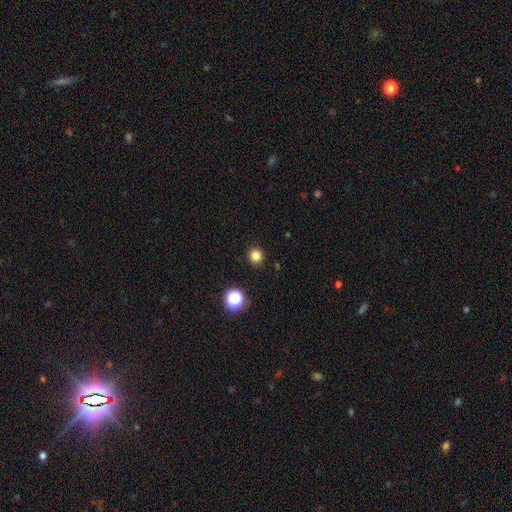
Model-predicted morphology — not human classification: smooth 81%, star or artifact 14%, featured or disk 4%. Down the decision tree: how rounded — round (88%); merging — none (91%).